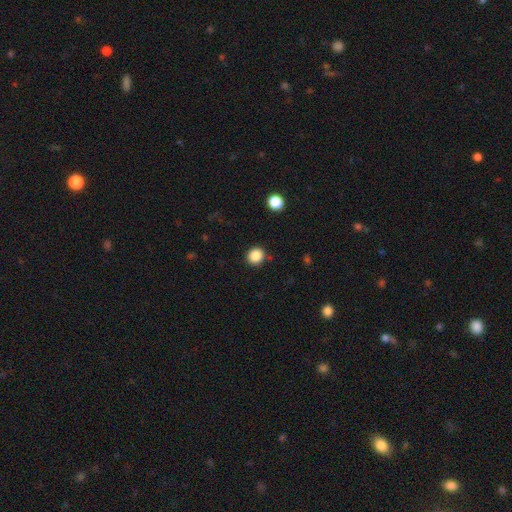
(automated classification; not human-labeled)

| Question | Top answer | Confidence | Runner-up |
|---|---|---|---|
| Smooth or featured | smooth | 87% | star or artifact (10%) |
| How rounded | round | 87% | in between (12%) |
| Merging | none | 88% | minor disturbance (8%) |